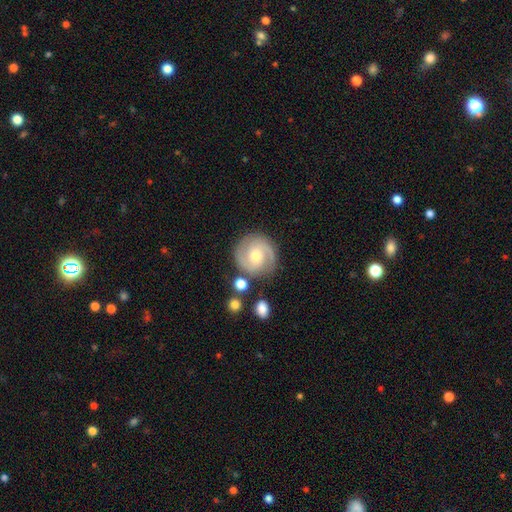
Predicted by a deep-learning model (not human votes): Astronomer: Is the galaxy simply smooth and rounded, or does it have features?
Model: featured or disk — 74%.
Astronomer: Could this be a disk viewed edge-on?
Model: no — 98%.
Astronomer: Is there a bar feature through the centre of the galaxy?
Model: no — 56% (runner-up: weak, 36%).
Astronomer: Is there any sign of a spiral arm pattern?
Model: yes — 94%.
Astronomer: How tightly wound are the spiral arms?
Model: tight — 45% (runner-up: medium, 43%).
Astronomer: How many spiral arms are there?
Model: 2 — 85%.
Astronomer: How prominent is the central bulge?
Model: moderate — 58% (runner-up: small, 36%).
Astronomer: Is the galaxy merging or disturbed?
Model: none — 81%.